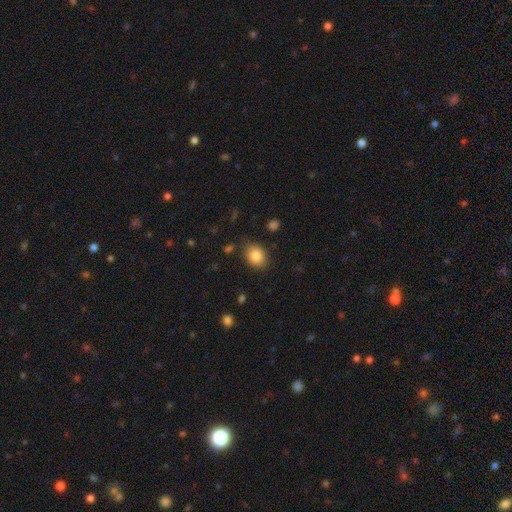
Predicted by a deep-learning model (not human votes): This appears to be a smooth galaxy with no disk features (84%) that is in between round and cigar-shaped (56%). Merging: none (83%).